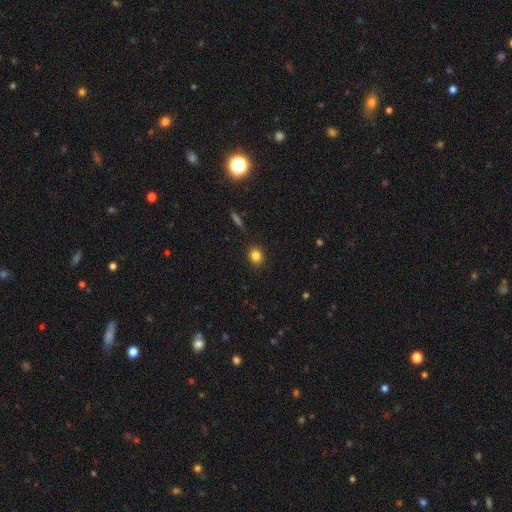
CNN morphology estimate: Smooth or featured? smooth (82%)
How rounded? round (71%)
Merging? none (90%)